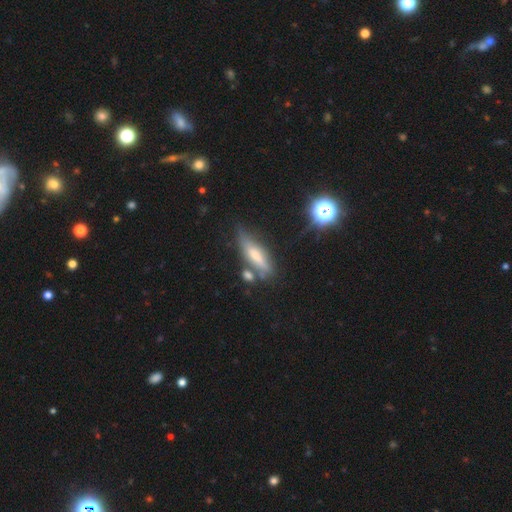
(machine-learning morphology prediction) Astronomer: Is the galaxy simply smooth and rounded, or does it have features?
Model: smooth — 53% (runner-up: featured or disk, 38%).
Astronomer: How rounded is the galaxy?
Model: cigar-shaped — 61% (runner-up: in between, 37%).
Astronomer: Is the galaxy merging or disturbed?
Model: none — 58%.